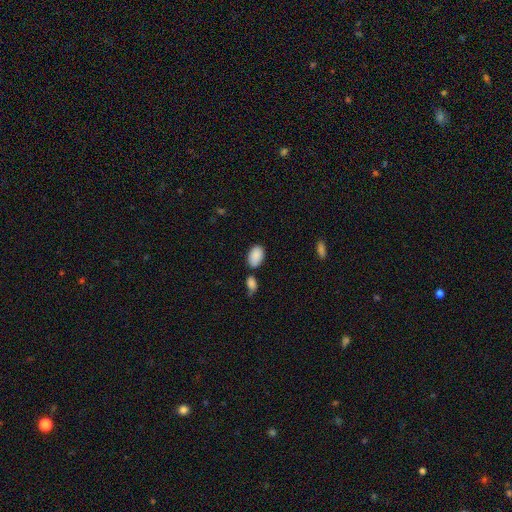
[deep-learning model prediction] This appears to be a smooth galaxy with no disk features (89%) that is in between round and cigar-shaped (93%). Merging: none (64%).